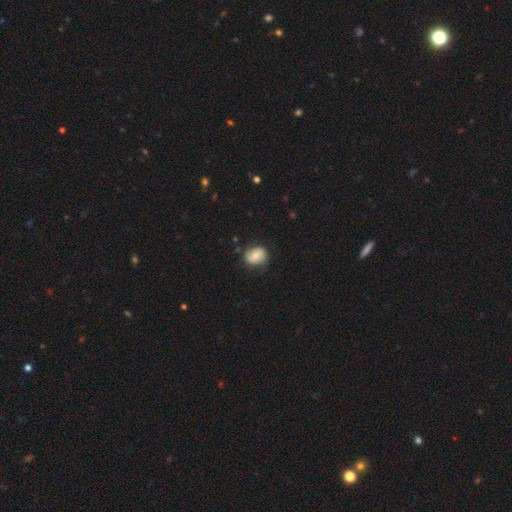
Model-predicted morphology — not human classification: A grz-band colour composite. It shows a smooth galaxy with no disk features (69%) that is round (59%). Merging: none (75%).